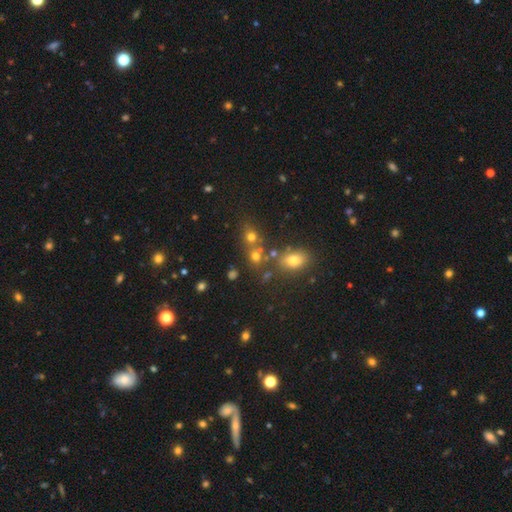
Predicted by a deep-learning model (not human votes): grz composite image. It shows a smooth galaxy with no disk features (59%) that is round (66%). Merging: none (56%).